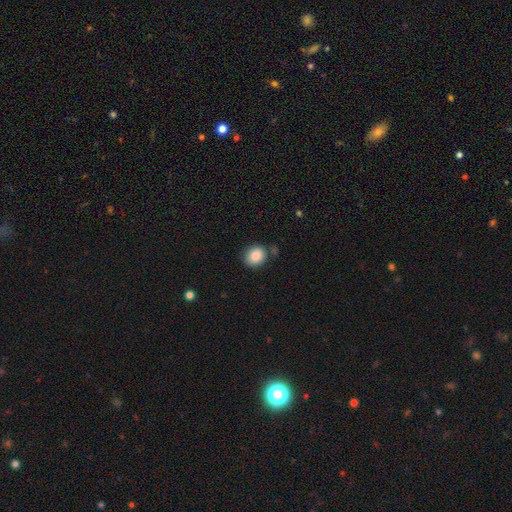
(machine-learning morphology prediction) smooth 86%, star or artifact 9%, featured or disk 6%. Down the decision tree: how rounded — round (67%); merging — none (77%).